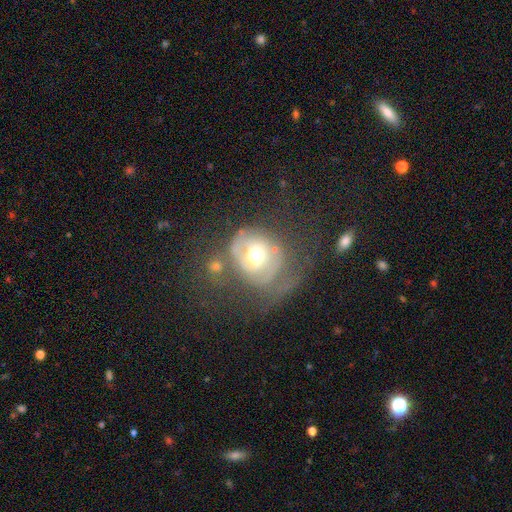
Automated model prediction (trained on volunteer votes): featured or disk 58%, smooth 34%, star or artifact 9%. Down the decision tree: edge-on disk — no (96%); bar — no (77%); spiral arms — yes (50%, tied with no); bulge size — moderate (73%); merging — major disturbance (35%).